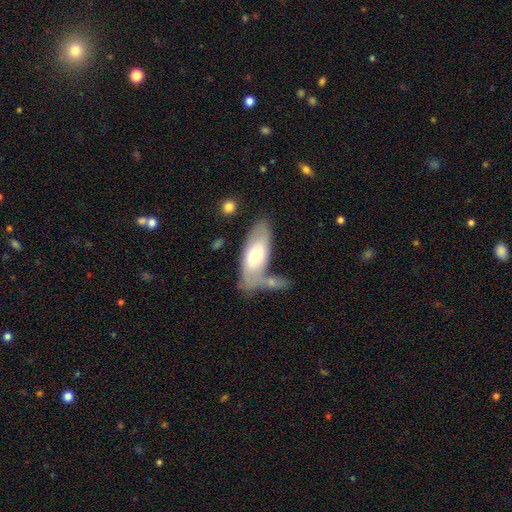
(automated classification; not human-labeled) smooth-or-featured: smooth: 58% | featured or disk: 37% | star or artifact: 6%
  how-rounded: in between: 83% | cigar-shaped: 15% | round: 2%
  merging: none: 40% | merger: 33% | minor disturbance: 18% | major disturbance: 9%